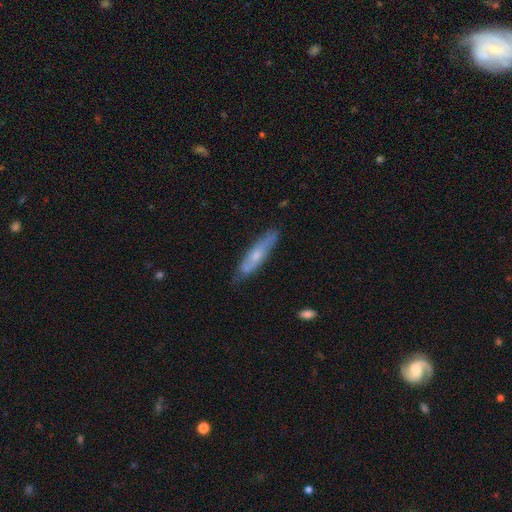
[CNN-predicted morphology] smooth_or_featured: smooth (p=0.49) [alt: featured or disk p=0.45]
merging: none (p=0.75) [alt: minor disturbance p=0.19]